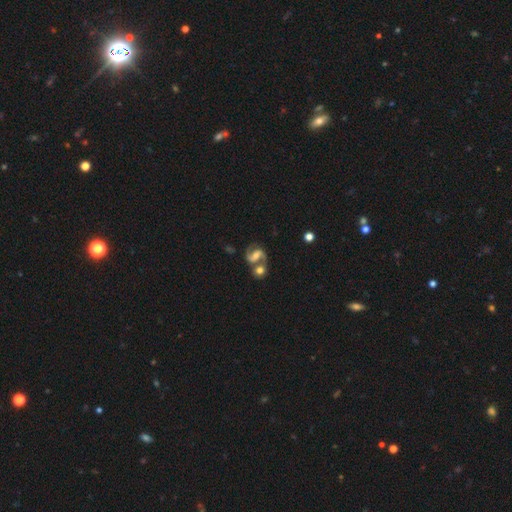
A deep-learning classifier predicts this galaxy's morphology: type=featured or disk (84%); edge-on=no (98%); bar=weak (43%); spiral arms=yes (96%); winding=medium (58%); arm count=2 (92%); bulge=moderate (51%); merging=none (49%).